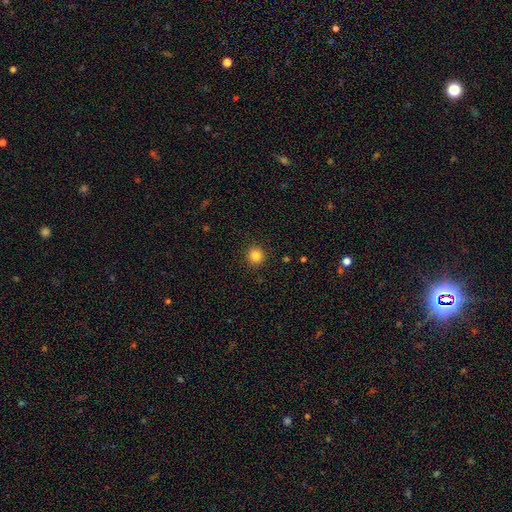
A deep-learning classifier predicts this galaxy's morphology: Smooth or featured?
  - smooth: 84% *
  - star or artifact: 12%
  - featured or disk: 4%
How rounded?
  - round: 91% *
  - in between: 8%
  - cigar-shaped: 1%
Merging?
  - none: 91% *
  - minor disturbance: 6%
  - major disturbance: 2%
  - merger: 1%